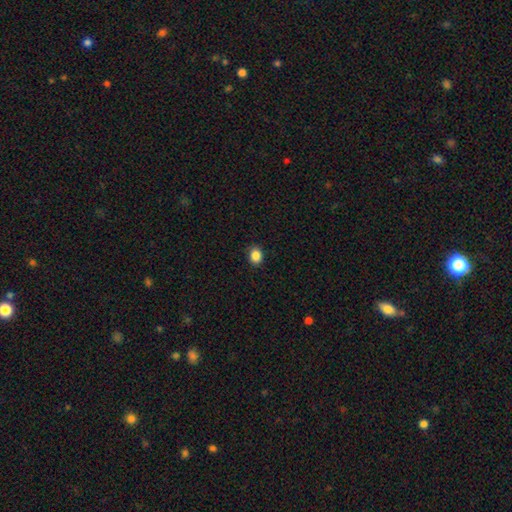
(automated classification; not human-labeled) Morphology: type=smooth (87%); roundness=round (55%); merging=none (89%).